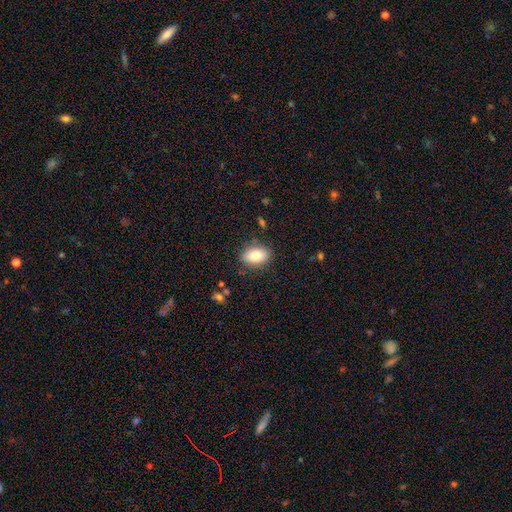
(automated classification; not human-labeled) Smooth or featured: smooth — 82% (featured or disk — 11%)
How rounded: in between — 85% (round — 14%)
Merging: none — 85% (minor disturbance — 11%)